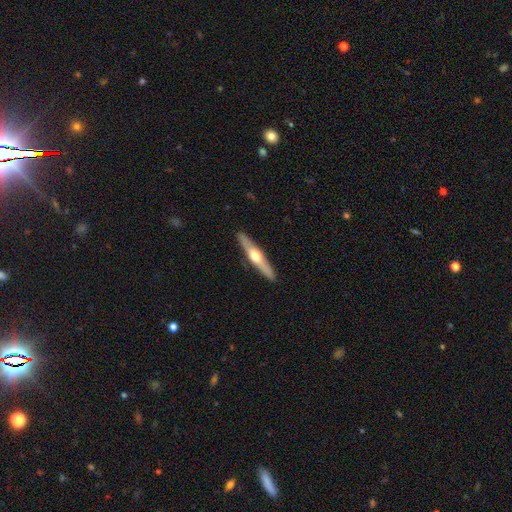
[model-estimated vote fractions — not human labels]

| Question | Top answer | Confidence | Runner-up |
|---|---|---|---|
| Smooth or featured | featured or disk | 60% | smooth (35%) |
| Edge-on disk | yes | 93% | no (7%) |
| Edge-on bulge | rounded | 92% | none (5%) |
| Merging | none | 90% | minor disturbance (7%) |